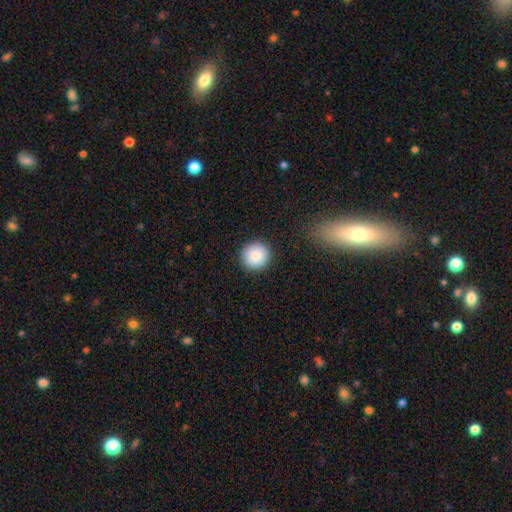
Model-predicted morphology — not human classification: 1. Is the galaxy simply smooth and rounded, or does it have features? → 86% smooth, 8% star or artifact, 6% featured or disk.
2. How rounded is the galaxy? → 94% round, 5% in between, 1% cigar-shaped.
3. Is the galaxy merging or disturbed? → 91% none, 6% minor disturbance, 2% major disturbance, 1% merger.